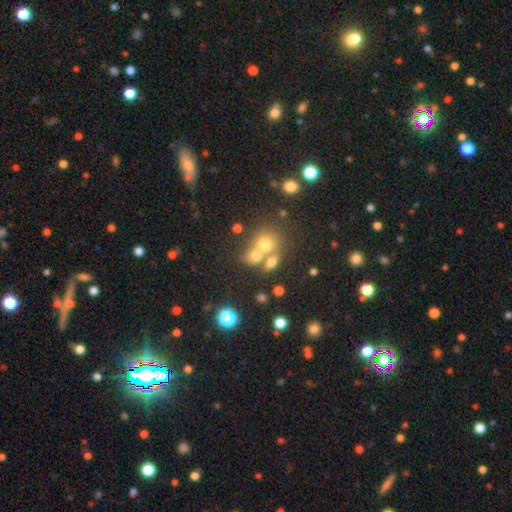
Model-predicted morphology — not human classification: This is likely a smooth galaxy (65%). How rounded: likely round (62%). Merging: possibly merger (51%).